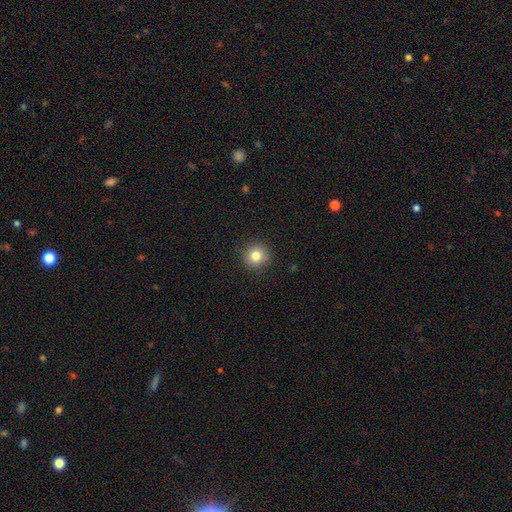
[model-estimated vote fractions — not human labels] This is clearly a smooth galaxy (81%). How rounded: clearly round (94%). Merging: clearly none (91%).